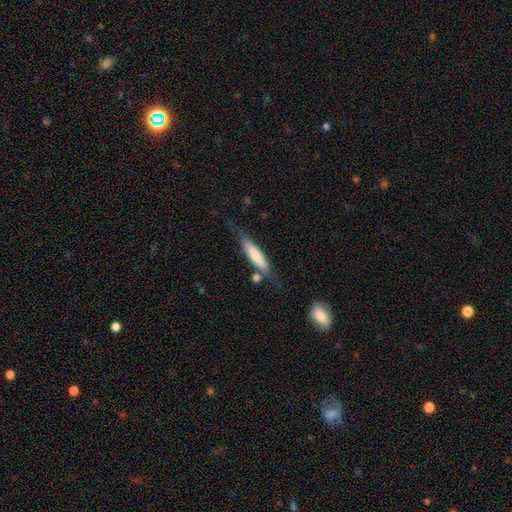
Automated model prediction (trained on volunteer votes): smooth 55%, featured or disk 40%, star or artifact 6%. Down the decision tree: how rounded — cigar-shaped (80%); merging — none (61%).